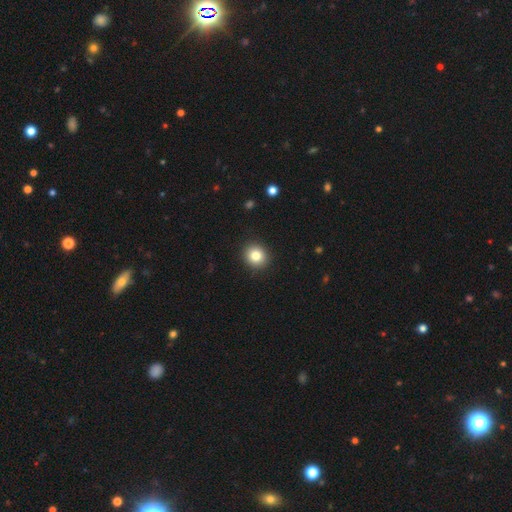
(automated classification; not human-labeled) This is clearly a smooth galaxy (82%). How rounded: clearly round (82%). Merging: clearly none (91%).